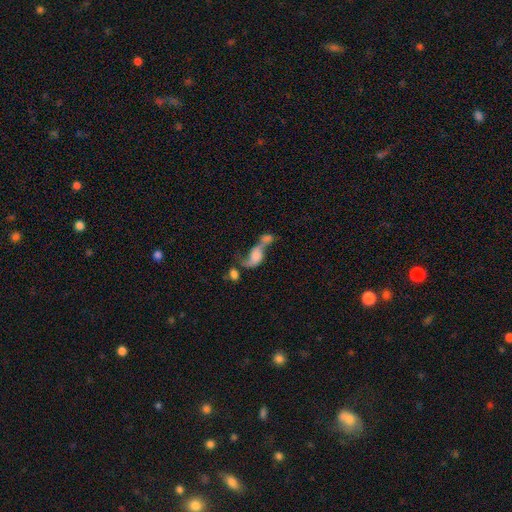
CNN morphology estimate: Smooth or featured?
  - featured or disk: 51% *
  - smooth: 38%
  - star or artifact: 11%
Edge-on disk?
  - no: 93% *
  - yes: 7%
Merging?
  - merger: 65% *
  - major disturbance: 15%
  - none: 13%
  - minor disturbance: 7%